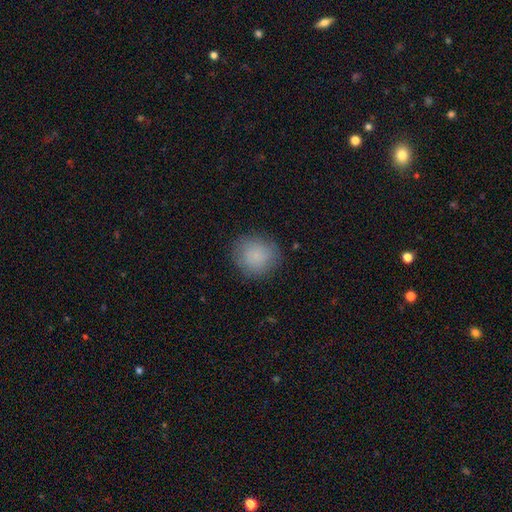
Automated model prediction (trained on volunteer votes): Smooth or featured? smooth (85%)
How rounded? round (88%)
Merging? none (84%)